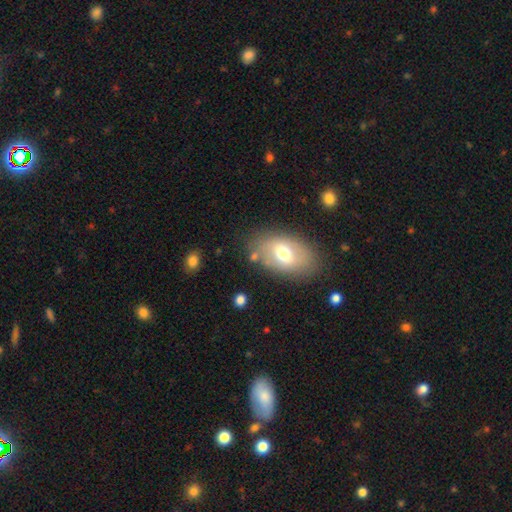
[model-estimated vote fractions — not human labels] Smooth or featured? Predicted: smooth (p=0.58). How rounded? Predicted: in between (p=0.88). Merging? Predicted: none (p=0.77).